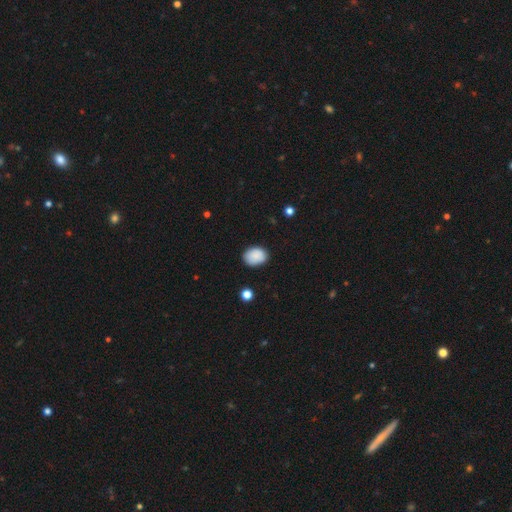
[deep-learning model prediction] This appears to be a smooth galaxy with no disk features (89%) that is in between round and cigar-shaped (67%). Merging: none (82%).